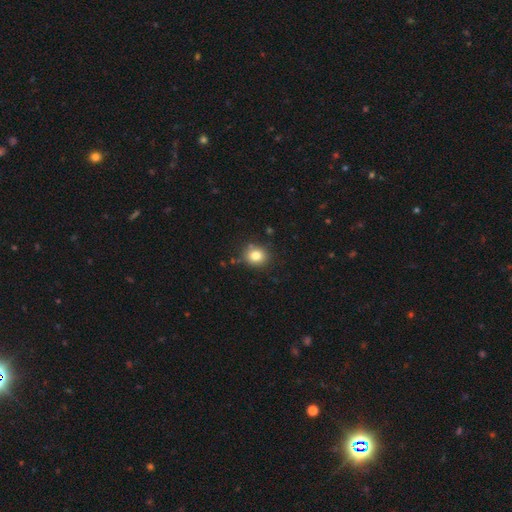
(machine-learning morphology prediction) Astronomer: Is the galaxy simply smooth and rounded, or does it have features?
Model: smooth — 81%.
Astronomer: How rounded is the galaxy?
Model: round — 79%.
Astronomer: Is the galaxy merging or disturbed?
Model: none — 82%.